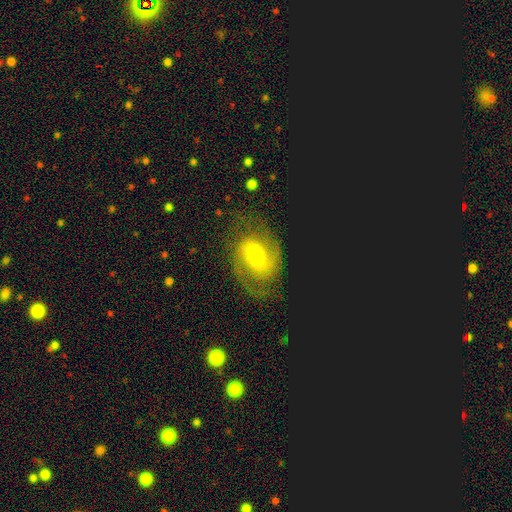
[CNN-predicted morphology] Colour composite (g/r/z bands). It shows a featured or disk galaxy (84%) with no bar (56%), 2 (87%) medium (51%) spiral arms (97%) and a small central bulge (47%). Merging: none (74%).